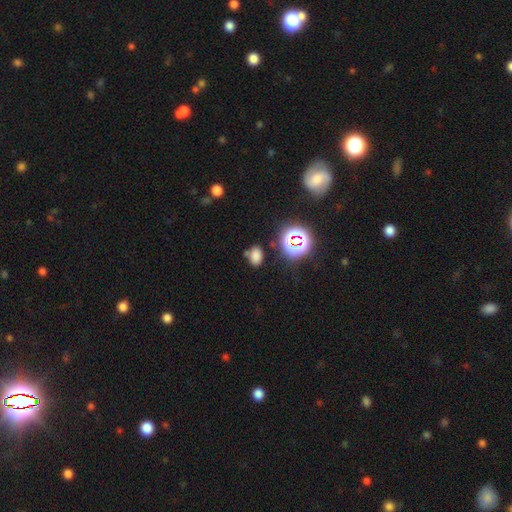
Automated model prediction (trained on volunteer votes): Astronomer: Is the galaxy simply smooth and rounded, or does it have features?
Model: smooth — 71%.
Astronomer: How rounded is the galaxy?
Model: in between — 79%.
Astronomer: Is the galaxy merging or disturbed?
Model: none — 72%.